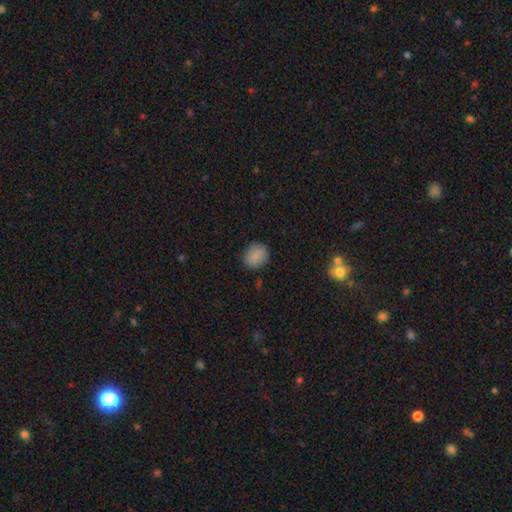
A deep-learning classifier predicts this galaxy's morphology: Q: Smooth or featured?
A: smooth (85%); runner-up: star or artifact (9%)
Q: How rounded?
A: round (74%); runner-up: in between (25%)
Q: Merging?
A: none (88%); runner-up: minor disturbance (9%)